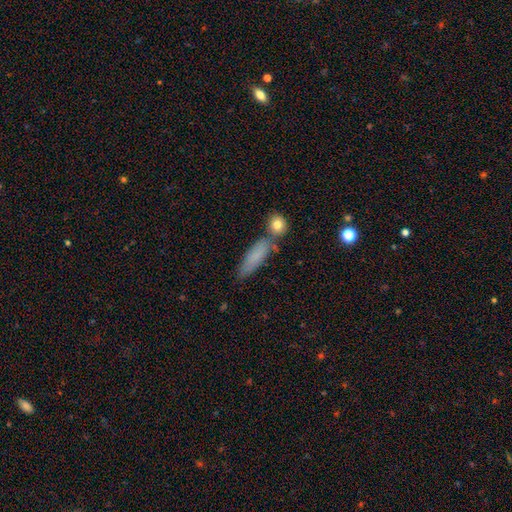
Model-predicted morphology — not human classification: A smooth galaxy with no disk features (77%) that is cigar-shaped (59%). Merging: none (64%).